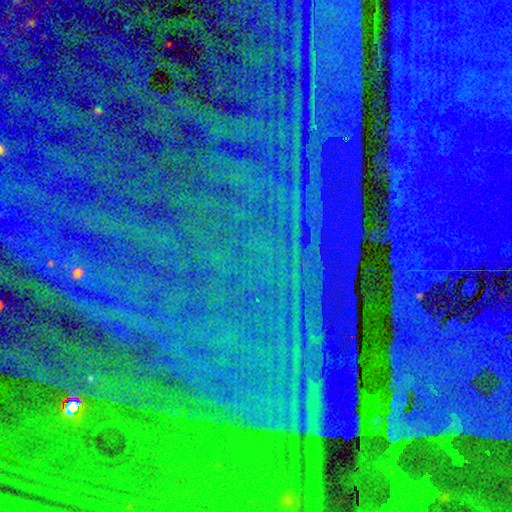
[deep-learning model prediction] Q: Smooth or featured?
A: star or artifact (88%); runner-up: smooth (6%)